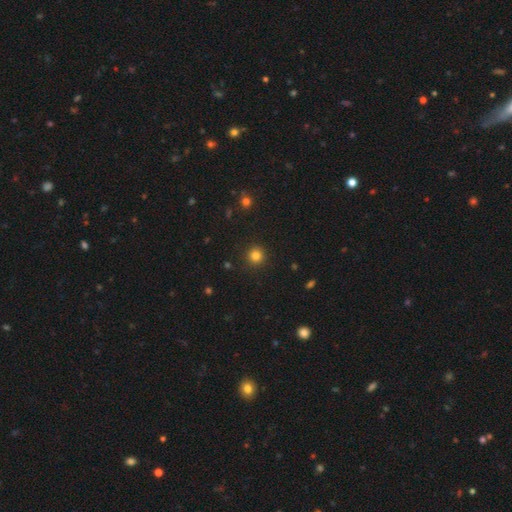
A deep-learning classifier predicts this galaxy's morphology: smooth_or_featured: smooth (p=0.82) [alt: star or artifact p=0.13]
how_rounded: round (p=0.95) [alt: in between p=0.04]
merging: none (p=0.92) [alt: minor disturbance p=0.05]